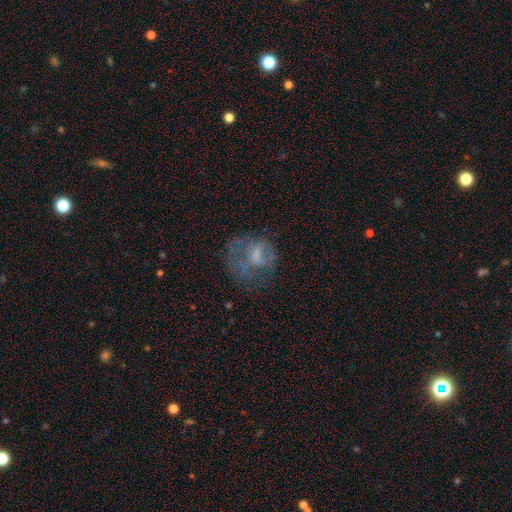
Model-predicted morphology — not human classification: smooth_or_featured: featured or disk (p=0.45) [alt: smooth p=0.40]
merging: none (p=0.40) [alt: major disturbance p=0.37]